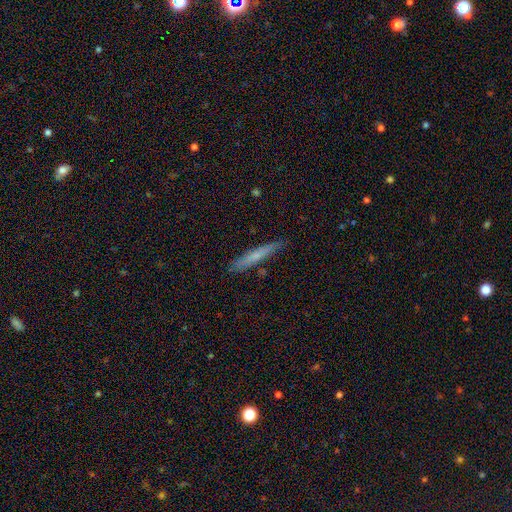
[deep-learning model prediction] Morphology: type=smooth (62%); roundness=cigar-shaped (95%); merging=none (85%).